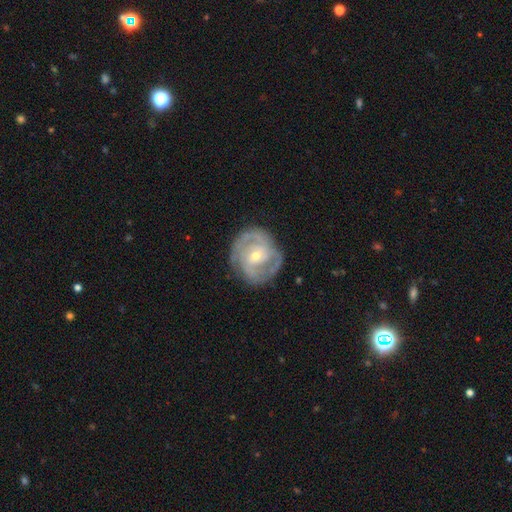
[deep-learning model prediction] Overall: featured or disk (84%). Edge-on disk: no (97%). Bar: no (52%; weak 35%). Spiral arms: yes (92%). Spiral arm count: 2 (46%; can't tell 21%). Spiral winding: tight (54%; medium 37%). Bulge size: small (54%; moderate 43%). Merging: none (76%).